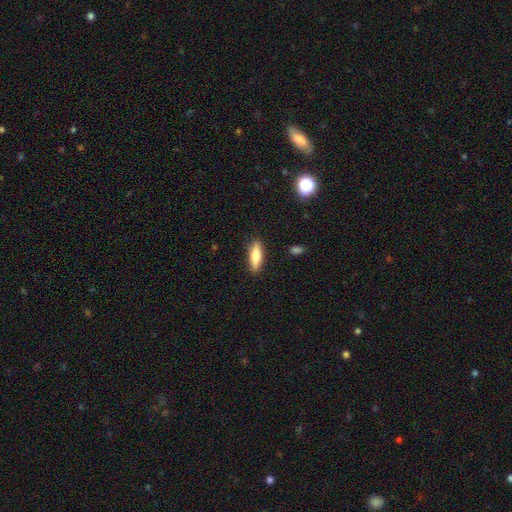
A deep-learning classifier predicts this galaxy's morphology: type=smooth (75%); roundness=cigar-shaped (55%); merging=none (88%).